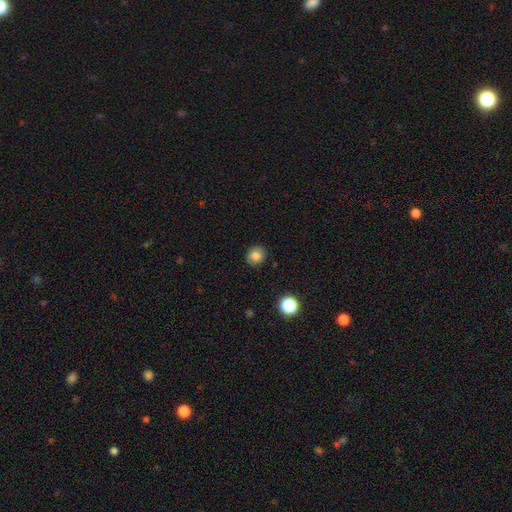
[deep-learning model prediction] This is clearly a smooth galaxy (82%). How rounded: clearly round (85%). Merging: clearly none (90%).